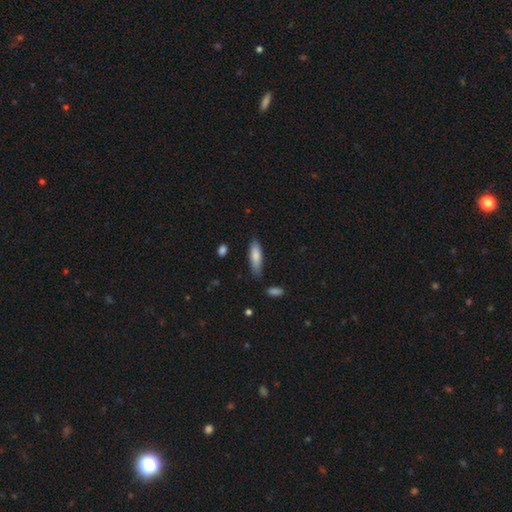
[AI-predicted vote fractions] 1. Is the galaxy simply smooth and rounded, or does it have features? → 81% smooth, 13% featured or disk, 6% star or artifact.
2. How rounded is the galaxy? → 55% cigar-shaped, 43% in between, 2% round.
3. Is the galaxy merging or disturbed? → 75% none, 18% minor disturbance, 3% major disturbance, 3% merger.